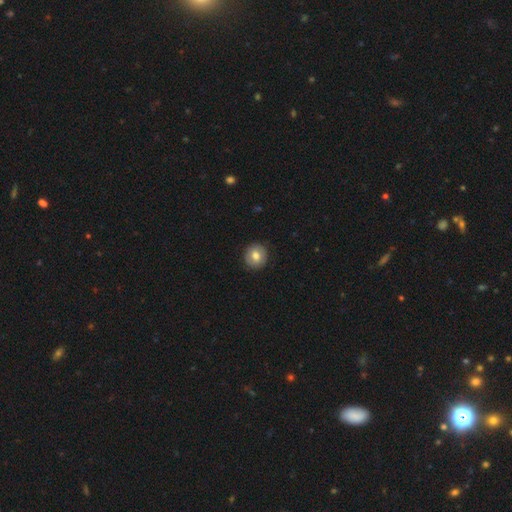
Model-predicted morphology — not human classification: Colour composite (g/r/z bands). It shows a smooth galaxy with no disk features (74%) that is round (92%). Merging: none (91%).